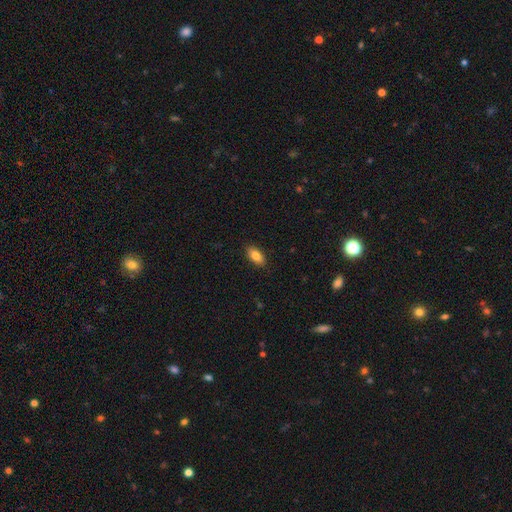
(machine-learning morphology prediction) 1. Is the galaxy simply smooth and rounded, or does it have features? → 83% smooth, 10% featured or disk, 7% star or artifact.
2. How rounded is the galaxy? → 90% in between, 7% cigar-shaped, 3% round.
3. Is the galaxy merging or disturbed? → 88% none, 9% minor disturbance, 2% major disturbance, 1% merger.